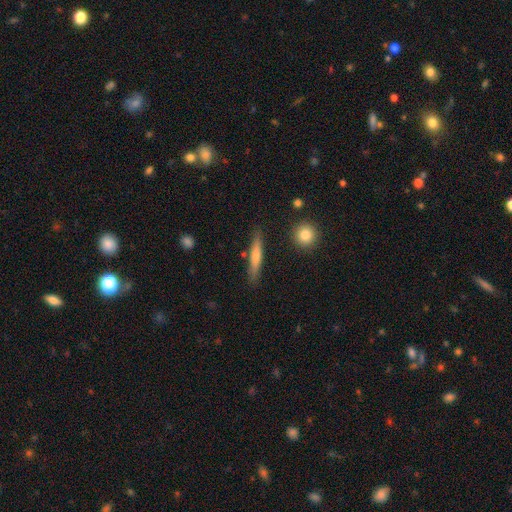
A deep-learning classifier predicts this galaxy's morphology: A smooth galaxy with no disk features (61%) that is cigar-shaped (91%). Merging: none (86%).